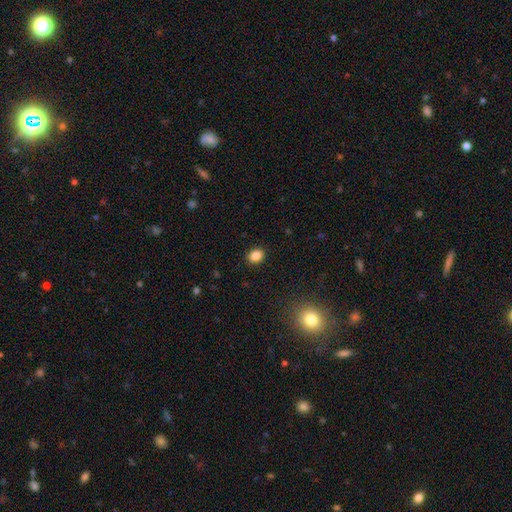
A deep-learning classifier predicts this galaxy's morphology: This appears to be a smooth galaxy with no disk features (86%) that is round (54%). Merging: none (90%).